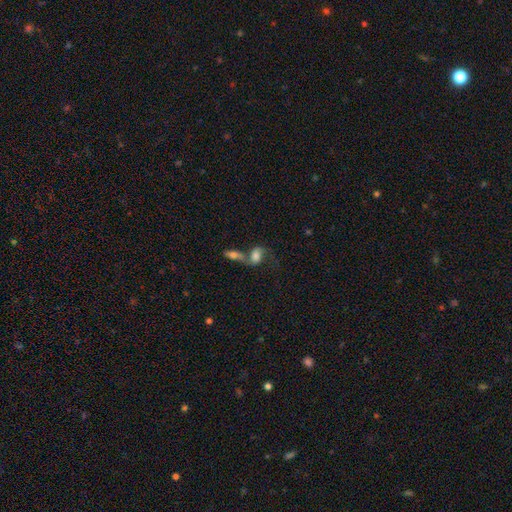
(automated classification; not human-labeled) Smooth or featured: smooth — 55% (featured or disk — 34%)
How rounded: in between — 78% (round — 17%)
Merging: merger — 60% (none — 21%)